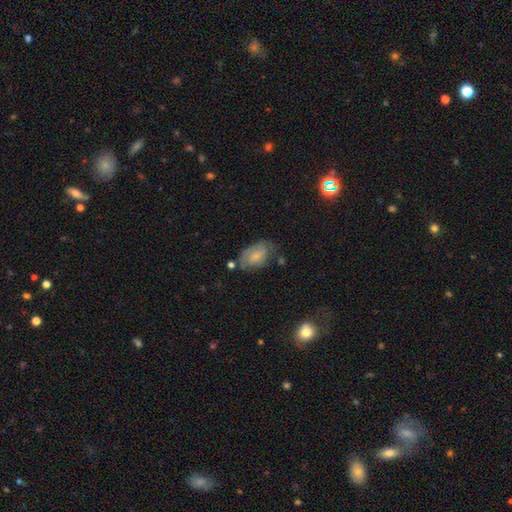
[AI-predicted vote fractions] smooth-or-featured: smooth: 56% | featured or disk: 35% | star or artifact: 8%
  how-rounded: in between: 90% | round: 7% | cigar-shaped: 2%
  merging: none: 50% | minor disturbance: 31% | major disturbance: 13% | merger: 7%